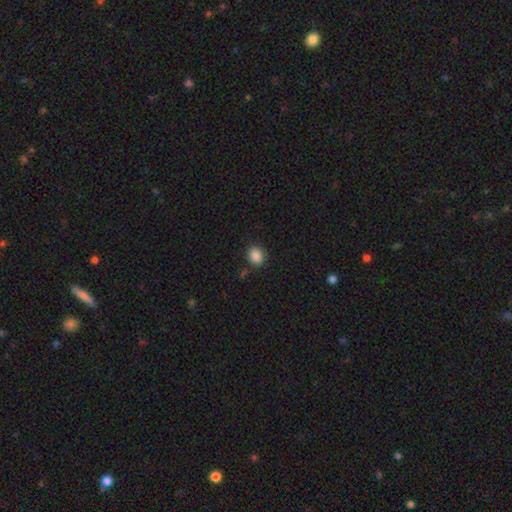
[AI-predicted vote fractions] Overall: smooth (87%). How rounded: round (65%; in between 34%). Merging: none (85%).